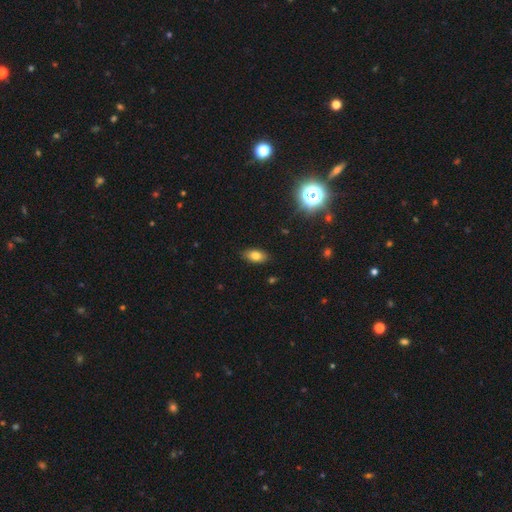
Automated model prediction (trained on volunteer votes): Smooth or featured? smooth (77%)
How rounded? in between (89%)
Merging? none (87%)